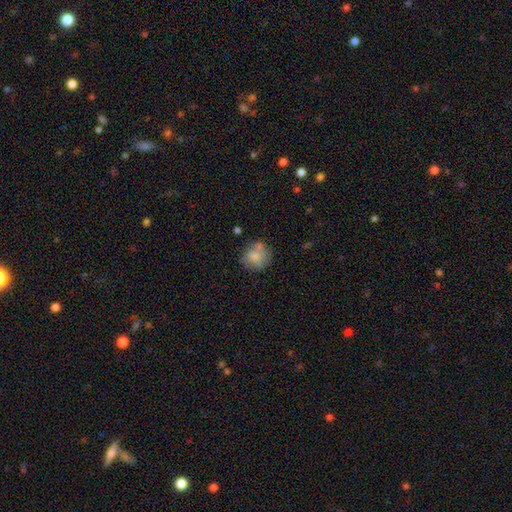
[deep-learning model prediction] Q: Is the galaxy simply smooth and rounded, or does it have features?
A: smooth — 74%.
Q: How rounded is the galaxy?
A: round — 83%.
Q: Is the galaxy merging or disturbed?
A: none — 60%.